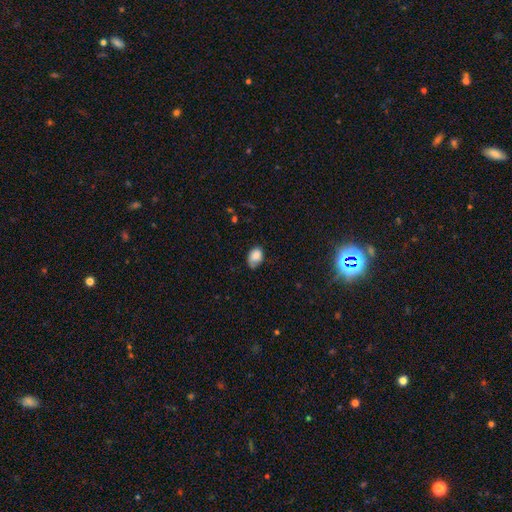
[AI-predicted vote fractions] A smooth galaxy with no disk features (80%) that is in between round and cigar-shaped (79%). Merging: none (52%).